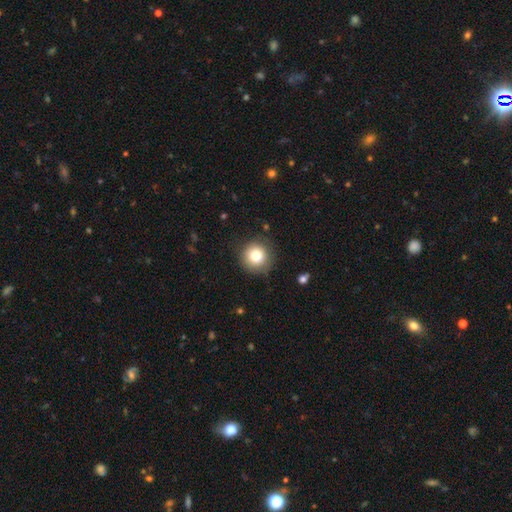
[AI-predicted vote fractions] Smooth or featured? Predicted: smooth (p=0.80). How rounded? Predicted: round (p=0.95). Merging? Predicted: none (p=0.85).